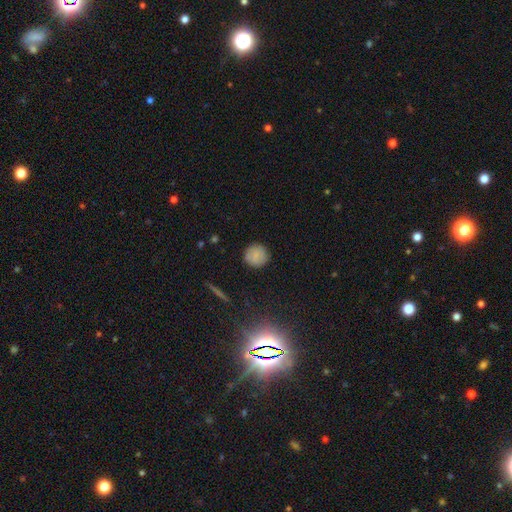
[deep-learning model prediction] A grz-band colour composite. It shows a smooth galaxy with no disk features (83%) that is round (93%). Merging: none (88%).